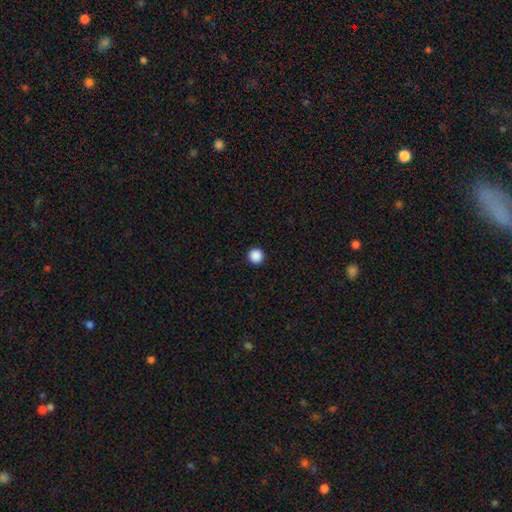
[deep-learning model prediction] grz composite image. It shows a smooth galaxy with no disk features (89%) that is round (97%). Merging: none (94%).